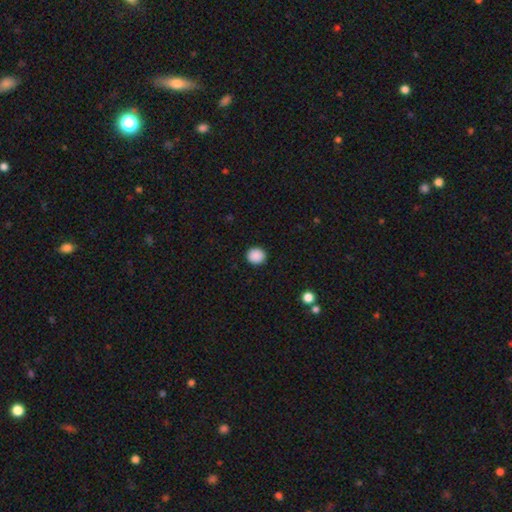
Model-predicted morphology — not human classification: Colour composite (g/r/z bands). It shows a smooth galaxy with no disk features (89%) that is round (90%). Merging: none (93%).